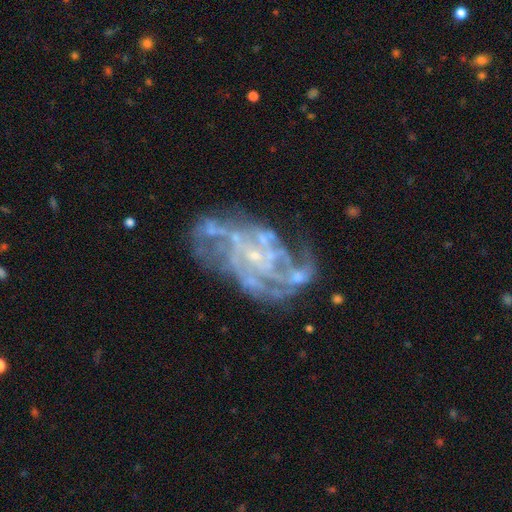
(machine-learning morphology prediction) A featured or disk galaxy (85%) with no bar (66%), tight (46%) spiral arms (85%) and a small central bulge (74%).

Vote fractions:
- Smooth or featured? featured or disk: 85% / star or artifact: 9% / smooth: 7%
- Edge-on disk? no: 97% / yes: 3%
- Bar? no: 66% / weak: 26% / strong: 8%
- Spiral arms? yes: 85% / no: 15%
- Spiral winding? tight: 46% / medium: 37% / loose: 16%
- Spiral arm count? can't tell: 36% / 4: 20% / 3: 16% / 2: 12% / more than 4: 10% / 1: 7%
- Bulge size? small: 74% / none: 15% / moderate: 10% / large: 1% / dominant: 1%
- Merging? none: 51% / major disturbance: 22% / minor disturbance: 21% / merger: 6%